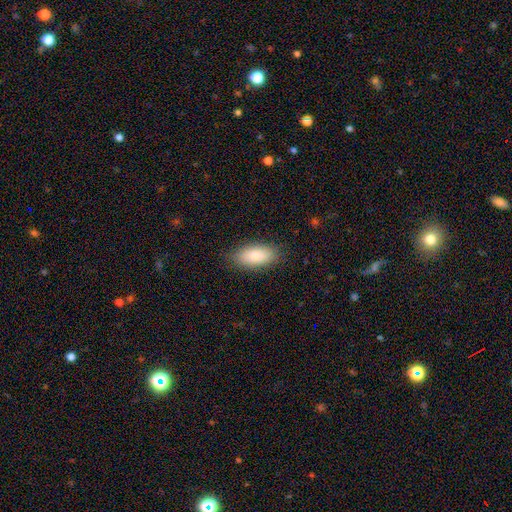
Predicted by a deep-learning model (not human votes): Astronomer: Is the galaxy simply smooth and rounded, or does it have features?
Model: smooth — 85%.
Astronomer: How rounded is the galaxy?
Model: in between — 90%.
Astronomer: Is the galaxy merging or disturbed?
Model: none — 85%.